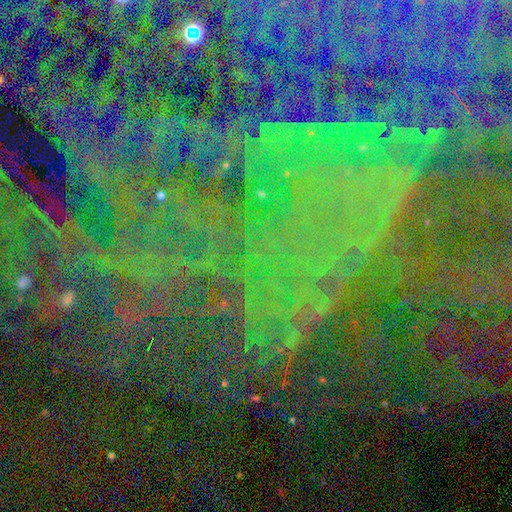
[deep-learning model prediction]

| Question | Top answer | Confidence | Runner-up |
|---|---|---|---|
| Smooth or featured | star or artifact | 86% | featured or disk (8%) |